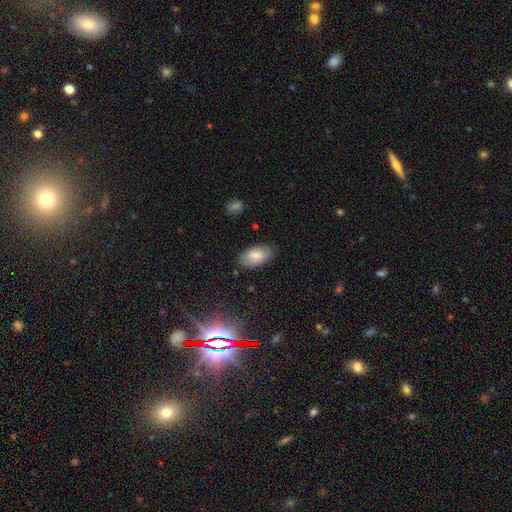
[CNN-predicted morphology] Q: Smooth or featured?
A: smooth (81%); runner-up: featured or disk (12%)
Q: How rounded?
A: in between (95%); runner-up: round (3%)
Q: Merging?
A: none (82%); runner-up: minor disturbance (14%)